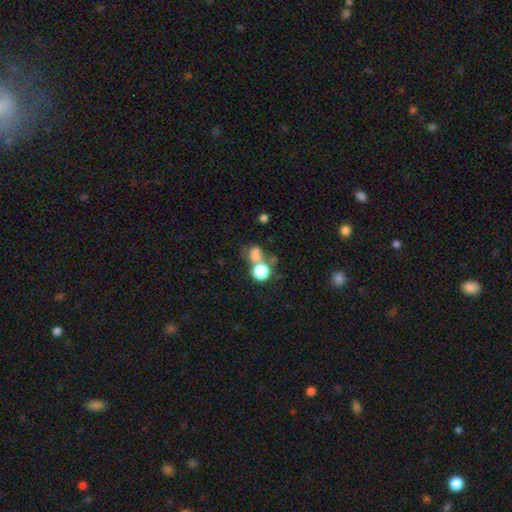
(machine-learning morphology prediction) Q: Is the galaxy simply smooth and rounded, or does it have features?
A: smooth — 69%.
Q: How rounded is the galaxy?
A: round — 64%.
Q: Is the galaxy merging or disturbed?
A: merger — 43%.